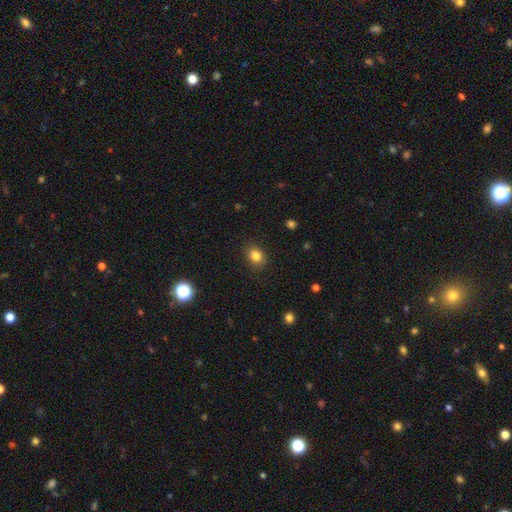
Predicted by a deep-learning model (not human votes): Overall: smooth (83%). How rounded: in between (50%; round 49%). Merging: none (87%).